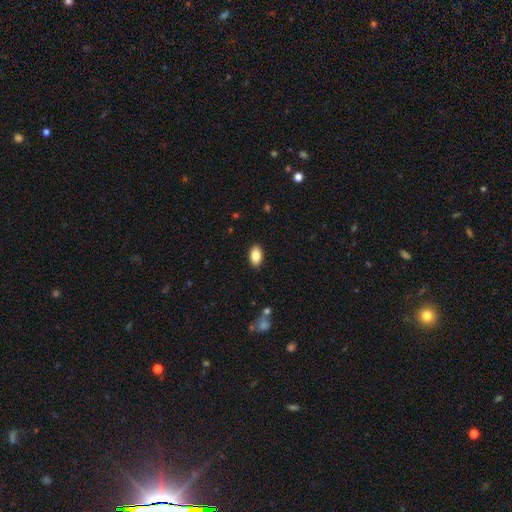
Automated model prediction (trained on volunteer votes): smooth 85%, featured or disk 8%, star or artifact 7%. Down the decision tree: how rounded — in between (92%); merging — none (90%).